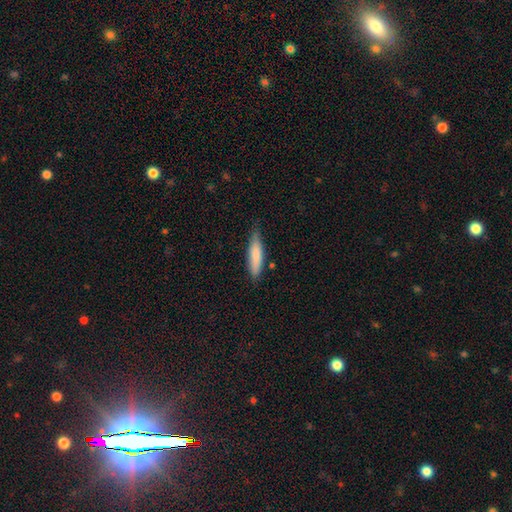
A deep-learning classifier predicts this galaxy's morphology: Smooth or featured?
  - smooth: 80% *
  - featured or disk: 14%
  - star or artifact: 6%
How rounded?
  - cigar-shaped: 73% *
  - in between: 25%
  - round: 1%
Merging?
  - none: 74% *
  - minor disturbance: 21%
  - major disturbance: 3%
  - merger: 2%